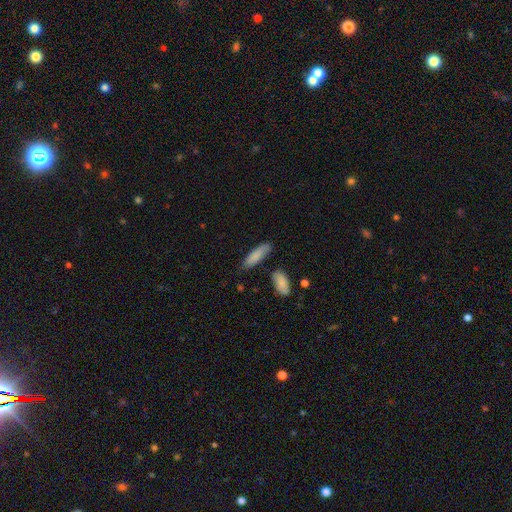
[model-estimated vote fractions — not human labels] smooth_or_featured: smooth (p=0.83) [alt: featured or disk p=0.11]
how_rounded: in between (p=0.50) [alt: cigar-shaped p=0.48]
merging: none (p=0.71) [alt: minor disturbance p=0.19]